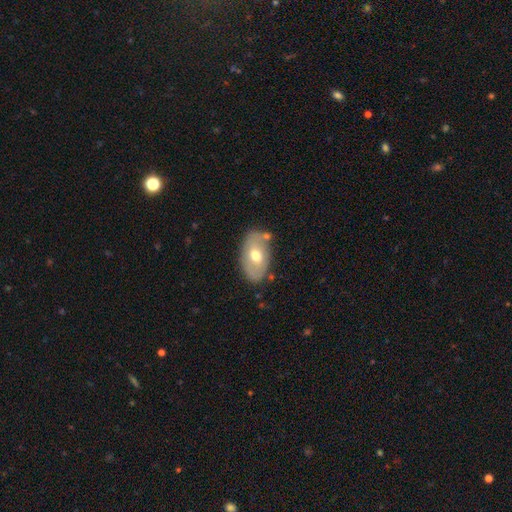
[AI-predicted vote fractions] This appears to be a smooth galaxy with no disk features (55%) that is in between round and cigar-shaped (91%). Merging: none (71%).